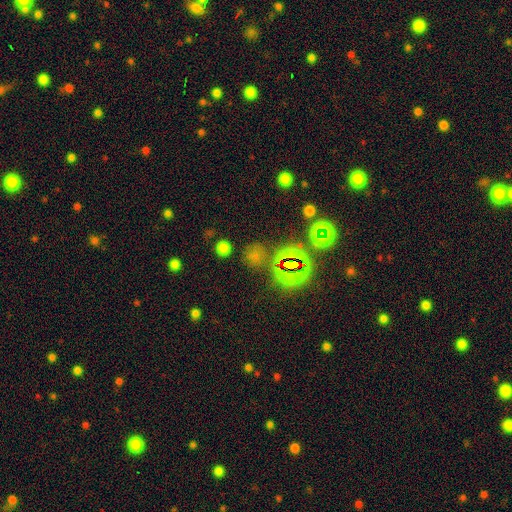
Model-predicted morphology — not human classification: Overall: smooth (46%, tied with star or artifact). Merging: none (74%).